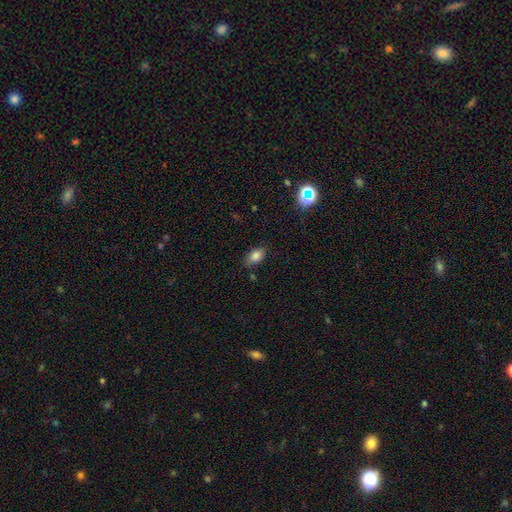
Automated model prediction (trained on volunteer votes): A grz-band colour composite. It shows a smooth galaxy with no disk features (82%) that is in between round and cigar-shaped (87%). Merging: none (78%).